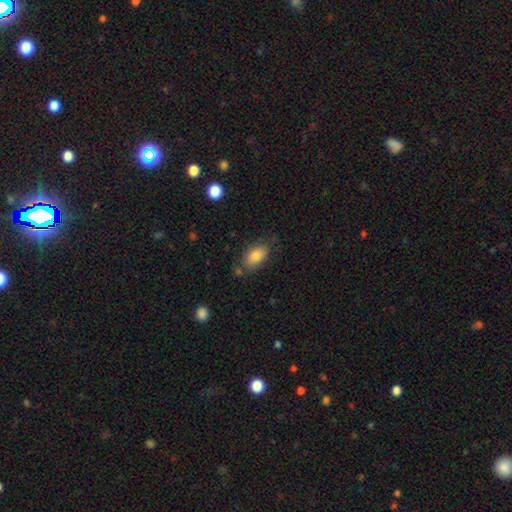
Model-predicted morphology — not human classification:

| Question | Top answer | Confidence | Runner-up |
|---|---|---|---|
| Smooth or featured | smooth | 82% | featured or disk (10%) |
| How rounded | in between | 91% | round (6%) |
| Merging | none | 74% | minor disturbance (17%) |